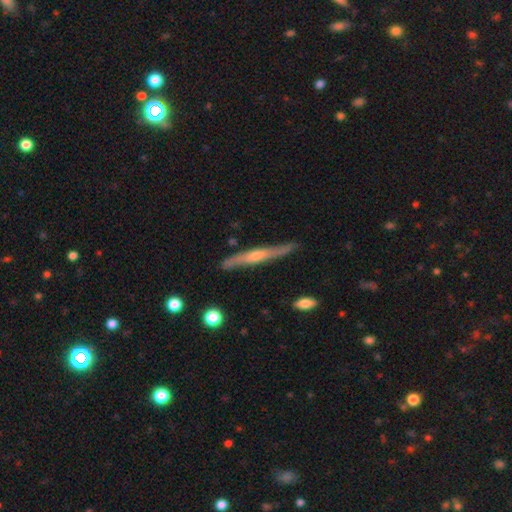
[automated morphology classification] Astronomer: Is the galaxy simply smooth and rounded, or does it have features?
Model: featured or disk — 65%.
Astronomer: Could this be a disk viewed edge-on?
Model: yes — 92%.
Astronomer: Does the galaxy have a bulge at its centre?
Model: rounded — 68%.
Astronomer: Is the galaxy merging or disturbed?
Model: none — 81%.